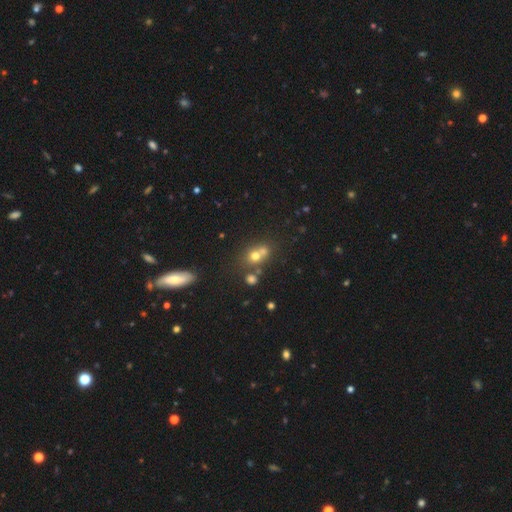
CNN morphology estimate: smooth 63%, star or artifact 19%, featured or disk 18%. Down the decision tree: how rounded — round (67%); merging — merger (46%).